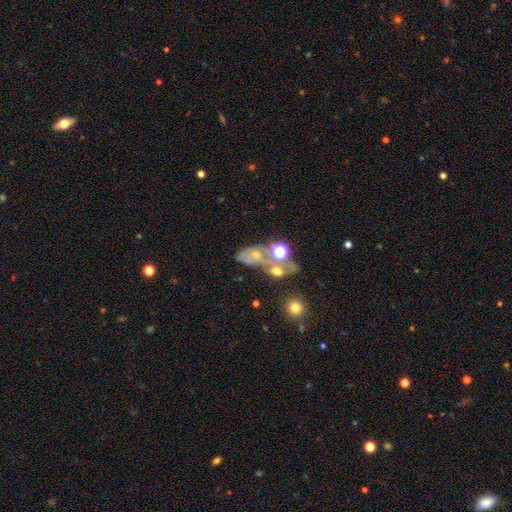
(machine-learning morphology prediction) featured or disk 42%, smooth 33%, star or artifact 25%. Down the decision tree: merging — merger (39%).